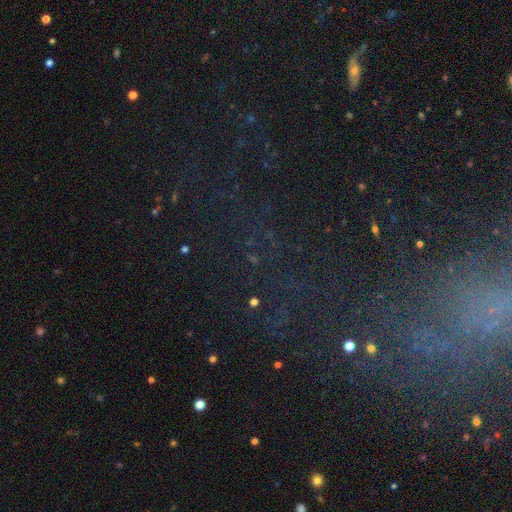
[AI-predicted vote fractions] Smooth or featured? Predicted: star or artifact (p=0.62).